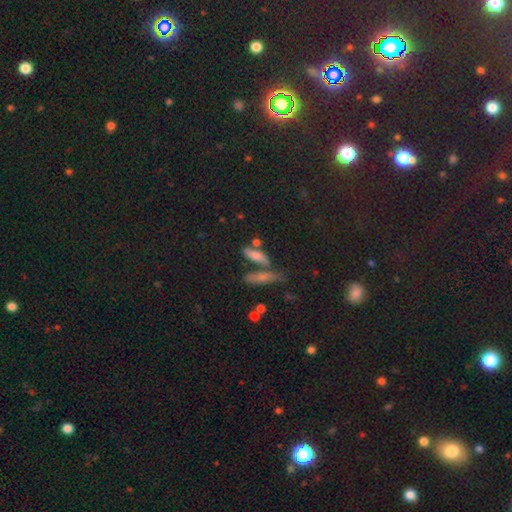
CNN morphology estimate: A smooth galaxy with no disk features (58%) that is cigar-shaped (56%). Merging: none (52%).